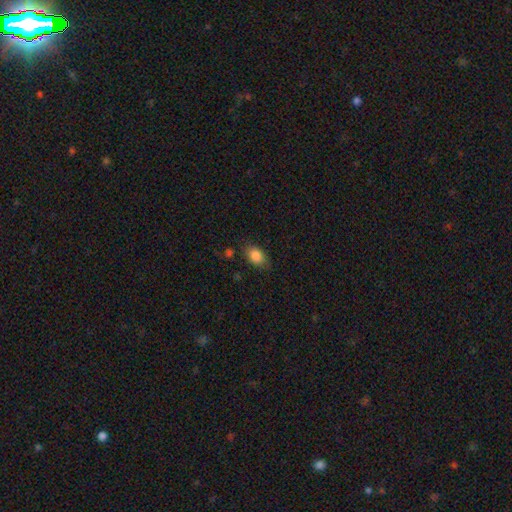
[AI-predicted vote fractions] smooth_or_featured: smooth (p=0.85) [alt: star or artifact p=0.09]
how_rounded: in between (p=0.84) [alt: round p=0.14]
merging: none (p=0.77) [alt: minor disturbance p=0.17]